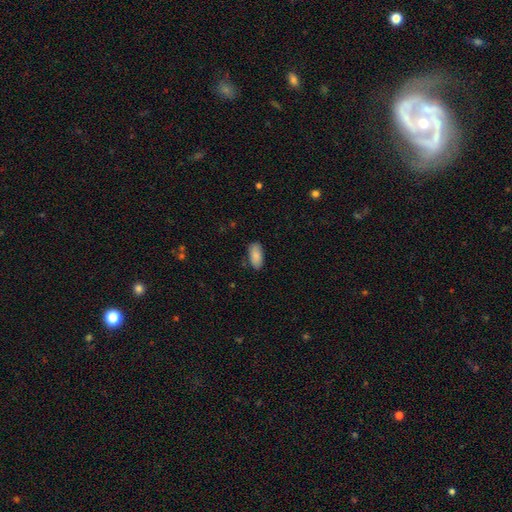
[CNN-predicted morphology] A smooth galaxy with no disk features (88%) that is in between round and cigar-shaped (91%).

Vote fractions:
- Smooth or featured? smooth: 88% / star or artifact: 6% / featured or disk: 6%
- How rounded? in between: 91% / cigar-shaped: 7% / round: 2%
- Merging? none: 82% / minor disturbance: 14% / major disturbance: 3% / merger: 2%